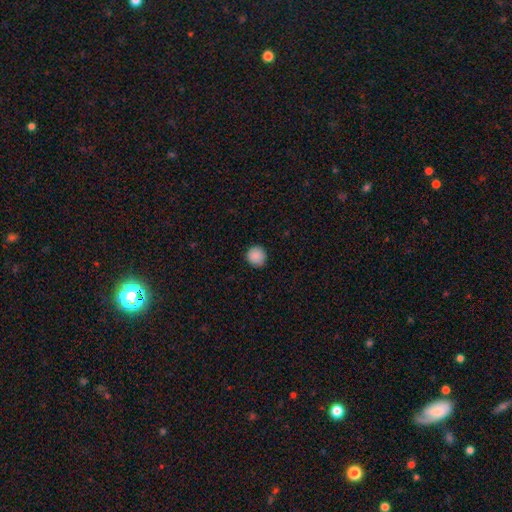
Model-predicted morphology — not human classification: smooth-or-featured: smooth: 89% | star or artifact: 9% | featured or disk: 2%
  how-rounded: round: 93% | in between: 6% | cigar-shaped: 1%
  merging: none: 90% | minor disturbance: 7% | major disturbance: 2% | merger: 1%